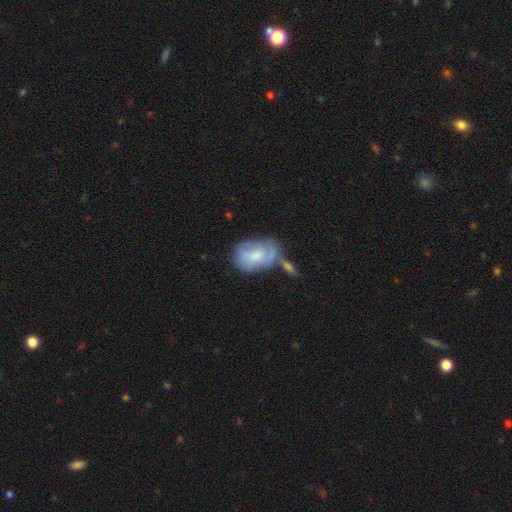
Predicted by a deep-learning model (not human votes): smooth 57%, featured or disk 35%, star or artifact 7%. Down the decision tree: how rounded — in between (85%); merging — none (34%).